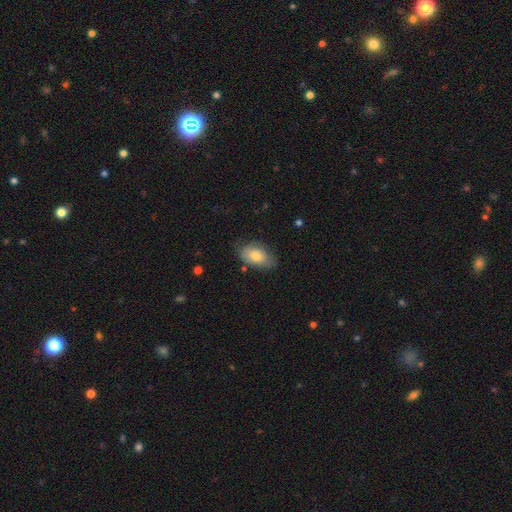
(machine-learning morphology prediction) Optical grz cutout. It shows a smooth galaxy with no disk features (71%) that is in between round and cigar-shaped (91%). Merging: none (62%).